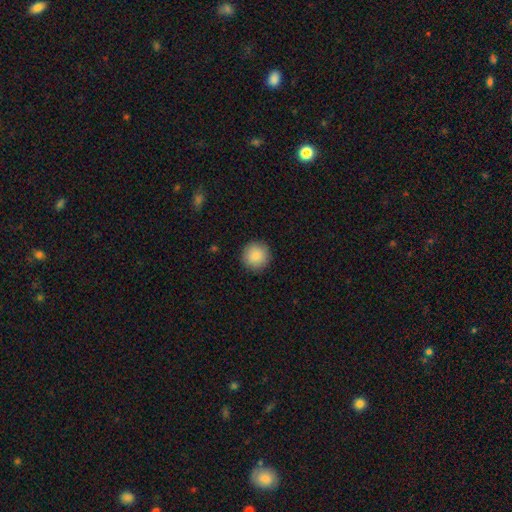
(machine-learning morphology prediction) smooth_or_featured: smooth (p=0.88) [alt: star or artifact p=0.08]
how_rounded: round (p=0.95) [alt: in between p=0.04]
merging: none (p=0.91) [alt: minor disturbance p=0.06]